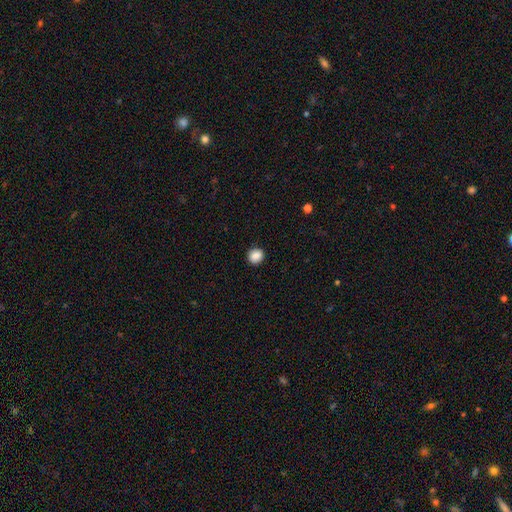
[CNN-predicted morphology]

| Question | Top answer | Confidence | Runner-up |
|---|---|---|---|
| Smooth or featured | smooth | 87% | star or artifact (9%) |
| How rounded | round | 82% | in between (17%) |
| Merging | none | 90% | minor disturbance (7%) |